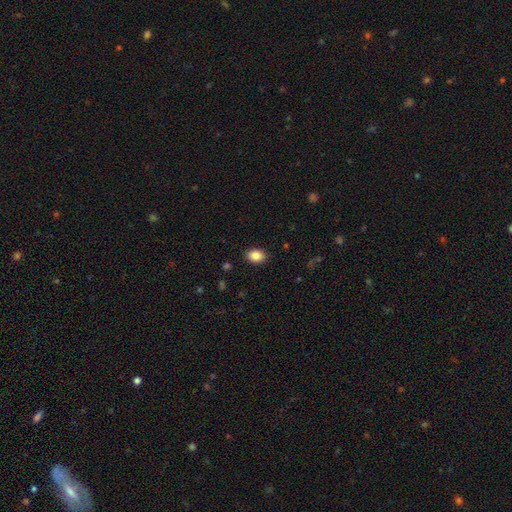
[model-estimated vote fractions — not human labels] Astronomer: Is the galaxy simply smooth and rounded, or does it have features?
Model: smooth — 86%.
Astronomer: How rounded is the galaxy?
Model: in between — 73%.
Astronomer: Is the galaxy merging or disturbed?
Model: none — 89%.